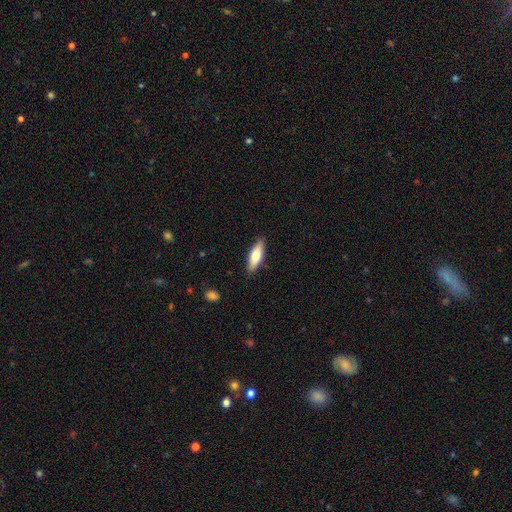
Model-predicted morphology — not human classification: Smooth or featured: smooth — 69% (featured or disk — 26%)
How rounded: in between — 51% (cigar-shaped — 47%)
Merging: none — 88% (minor disturbance — 9%)